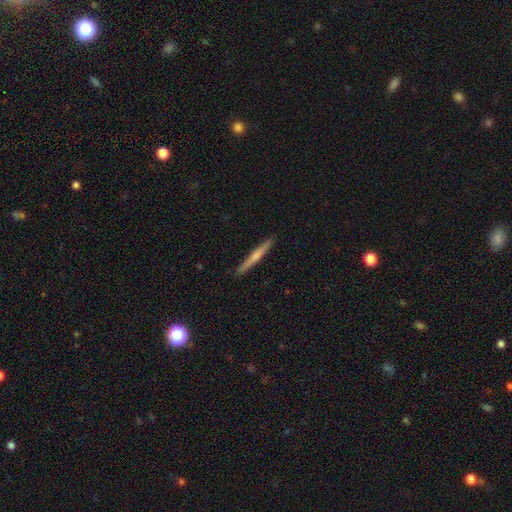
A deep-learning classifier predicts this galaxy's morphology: Smooth or featured? smooth (50%)
Merging? none (91%)